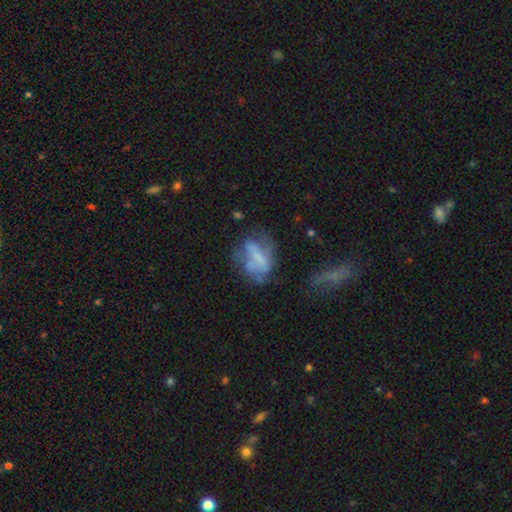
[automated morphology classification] This is possibly a featured or disk galaxy (51%). It is clearly not viewed edge-on (92%). Merging: marginally none (38%).